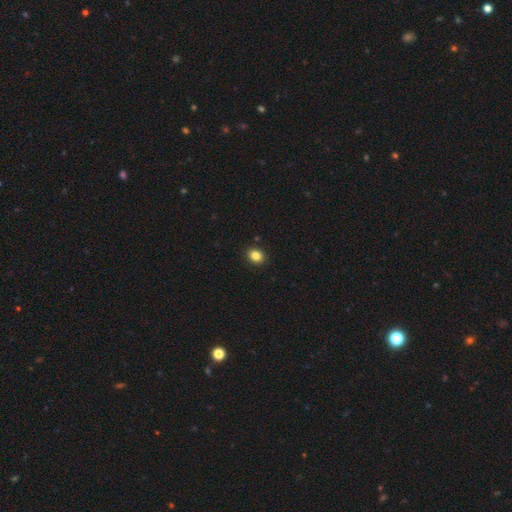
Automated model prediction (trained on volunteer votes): Q: Smooth or featured?
A: smooth (84%); runner-up: star or artifact (11%)
Q: How rounded?
A: round (55%); runner-up: in between (44%)
Q: Merging?
A: none (91%); runner-up: minor disturbance (6%)